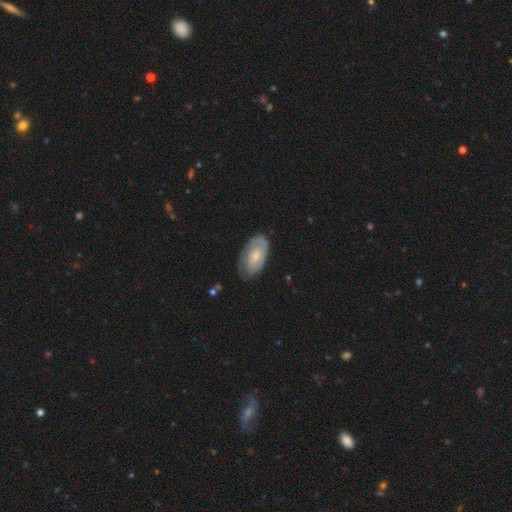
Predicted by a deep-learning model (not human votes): The model was most divided on "smooth or featured": smooth: 52%, featured or disk: 42%, star or artifact: 6%. More confident: how rounded — in between (93%); merging — none (65%).